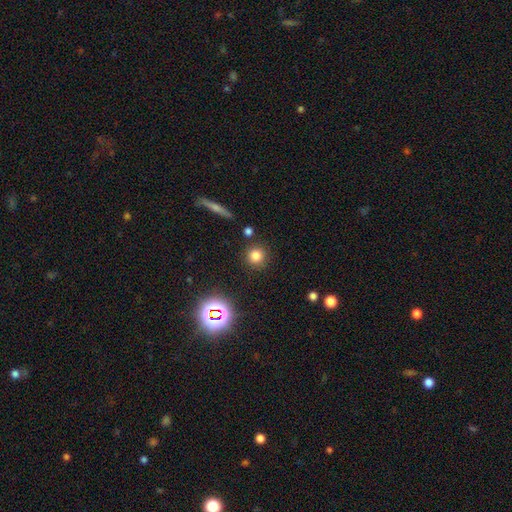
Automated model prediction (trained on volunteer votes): This appears to be a smooth galaxy with no disk features (77%) that is round (93%). Merging: none (87%).